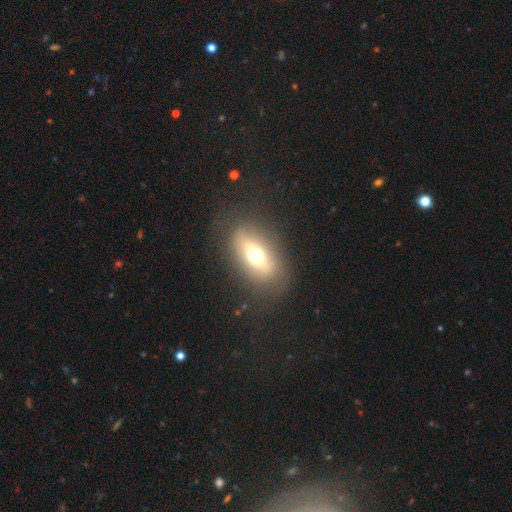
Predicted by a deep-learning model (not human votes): This appears to be a smooth galaxy with no disk features (50%). Merging: none (80%).